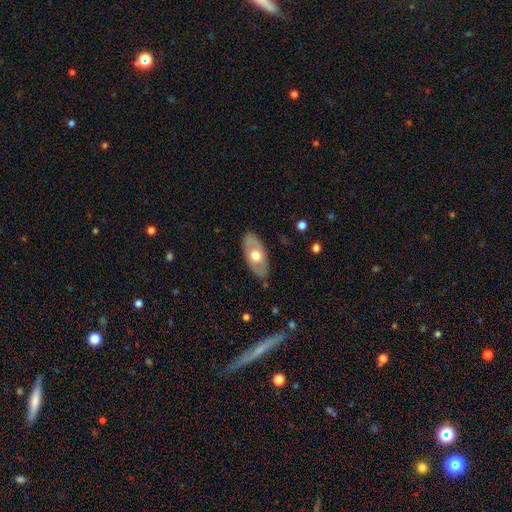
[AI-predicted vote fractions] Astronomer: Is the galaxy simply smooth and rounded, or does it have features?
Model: smooth — 51% (runner-up: featured or disk, 43%).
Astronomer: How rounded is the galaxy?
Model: in between — 91%.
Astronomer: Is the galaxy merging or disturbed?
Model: none — 82%.